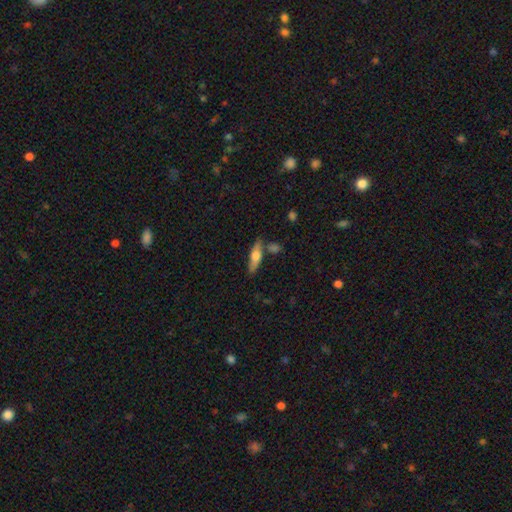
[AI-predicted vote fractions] Smooth or featured?
  - smooth: 55% *
  - featured or disk: 38%
  - star or artifact: 6%
How rounded?
  - cigar-shaped: 59% *
  - in between: 38%
  - round: 3%
Merging?
  - none: 69% *
  - minor disturbance: 15%
  - merger: 12%
  - major disturbance: 4%